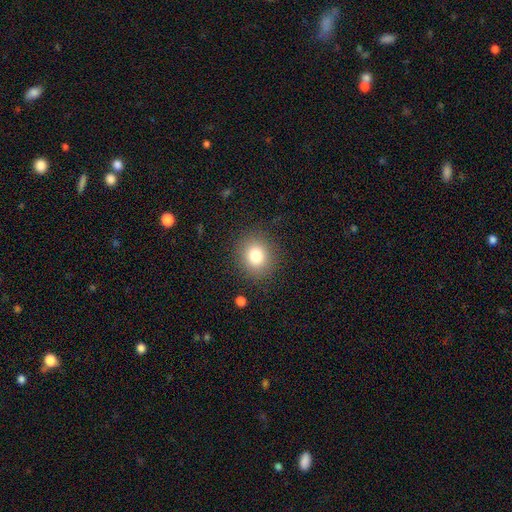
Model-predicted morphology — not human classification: Smooth or featured? smooth (80%)
How rounded? round (77%)
Merging? none (87%)